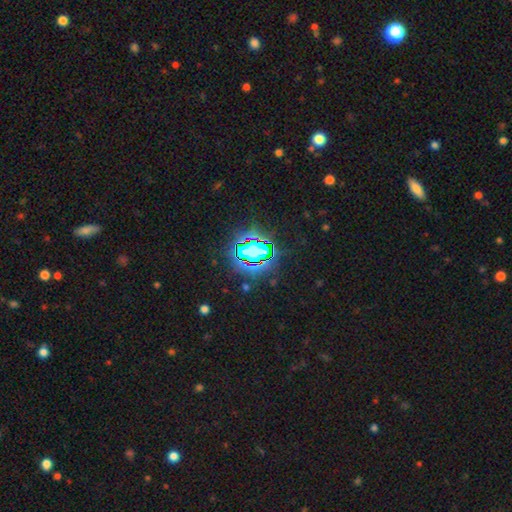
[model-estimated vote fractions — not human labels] This appears to be a star or artifact, not a galaxy (81%).